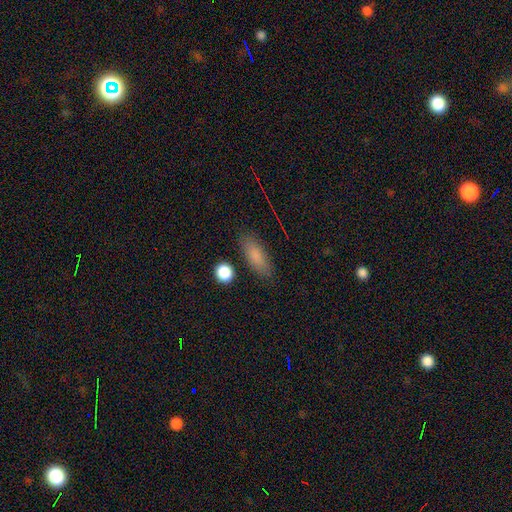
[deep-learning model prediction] Smooth or featured? smooth (82%)
How rounded? in between (68%)
Merging? none (83%)